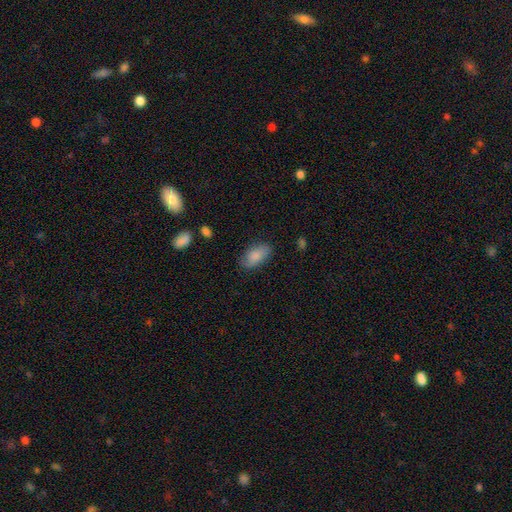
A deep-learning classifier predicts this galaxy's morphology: Overall: smooth (80%). How rounded: in between (93%). Merging: none (77%).